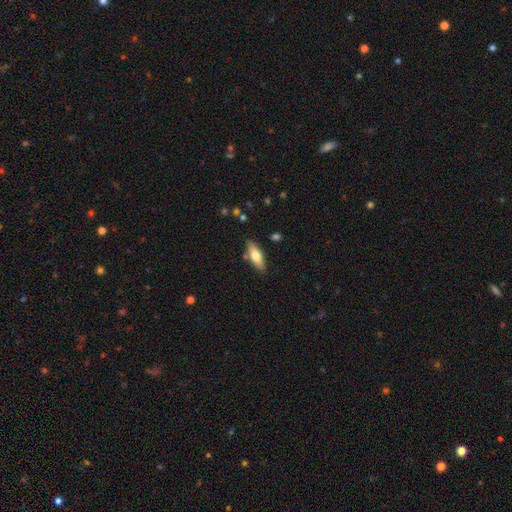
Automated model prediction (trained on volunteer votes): smooth 65%, featured or disk 29%, star or artifact 6%. Down the decision tree: how rounded — in between (62%); merging — none (81%).